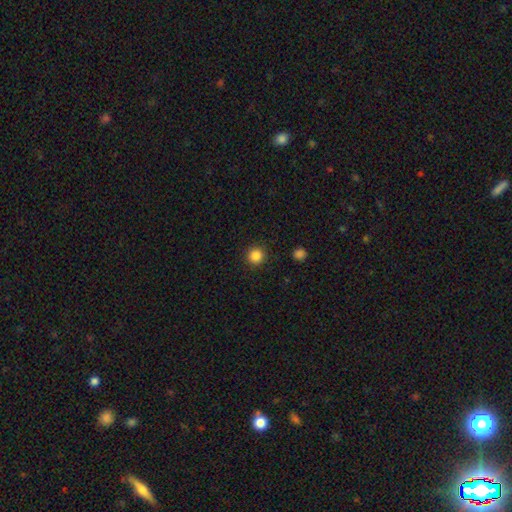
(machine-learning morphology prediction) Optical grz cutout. It shows a smooth galaxy with no disk features (85%) that is round (95%). Merging: none (91%).